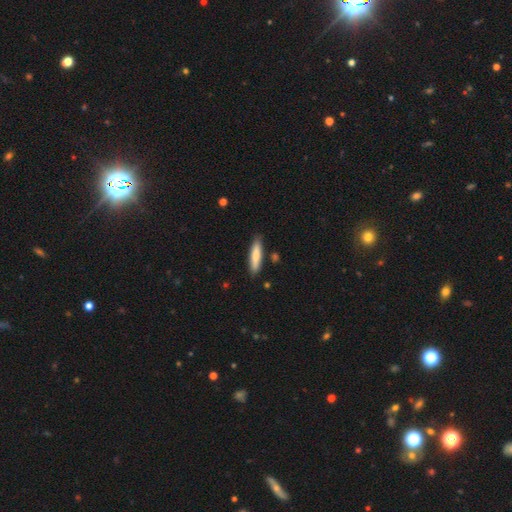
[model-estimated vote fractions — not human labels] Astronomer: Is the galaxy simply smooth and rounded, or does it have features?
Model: smooth — 78%.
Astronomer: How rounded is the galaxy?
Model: cigar-shaped — 81%.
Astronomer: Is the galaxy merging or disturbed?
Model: none — 86%.